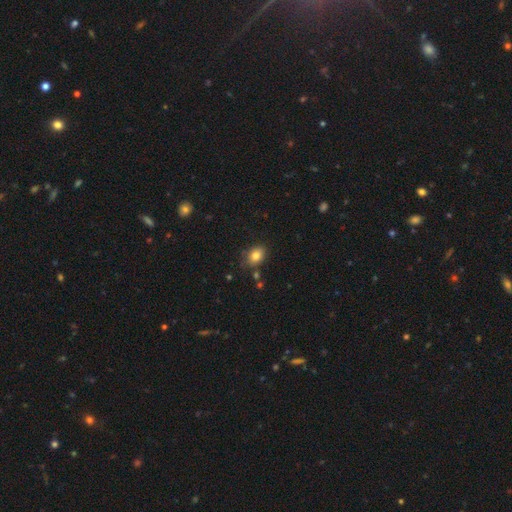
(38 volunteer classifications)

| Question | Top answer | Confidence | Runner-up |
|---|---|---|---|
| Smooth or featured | smooth | 92% | star or artifact (5%) |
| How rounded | in between | 69% | round (31%) |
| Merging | none | 81% | minor disturbance (14%) |